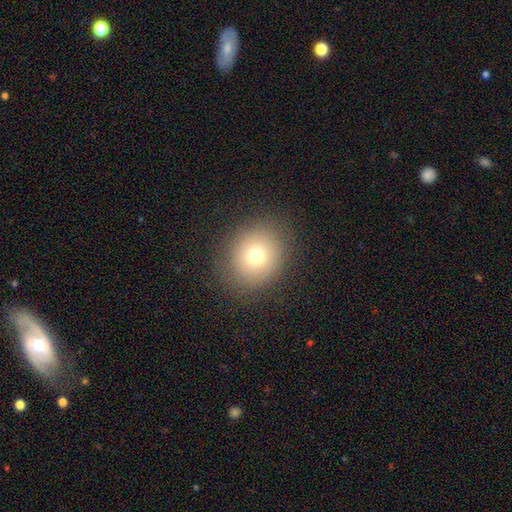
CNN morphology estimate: A smooth galaxy with no disk features (72%) that is round (73%).

Vote fractions:
- Smooth or featured? smooth: 72% / star or artifact: 15% / featured or disk: 13%
- How rounded? round: 73% / in between: 26% / cigar-shaped: 1%
- Merging? none: 87% / minor disturbance: 8% / major disturbance: 4% / merger: 1%